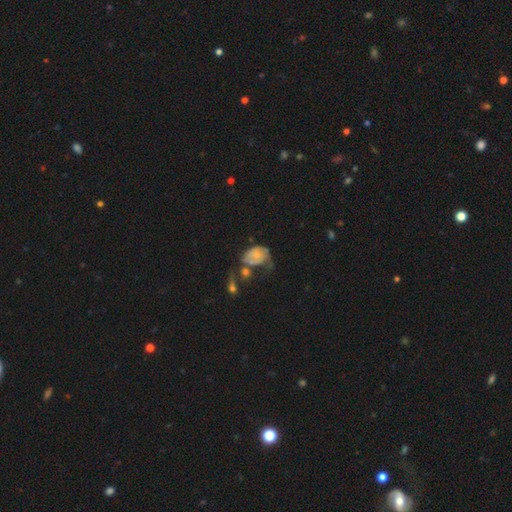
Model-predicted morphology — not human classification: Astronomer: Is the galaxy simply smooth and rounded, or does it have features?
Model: featured or disk — 51% (runner-up: smooth, 40%).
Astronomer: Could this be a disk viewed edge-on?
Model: no — 97%.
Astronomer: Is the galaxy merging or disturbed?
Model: major disturbance — 35% (runner-up: merger, 27%).